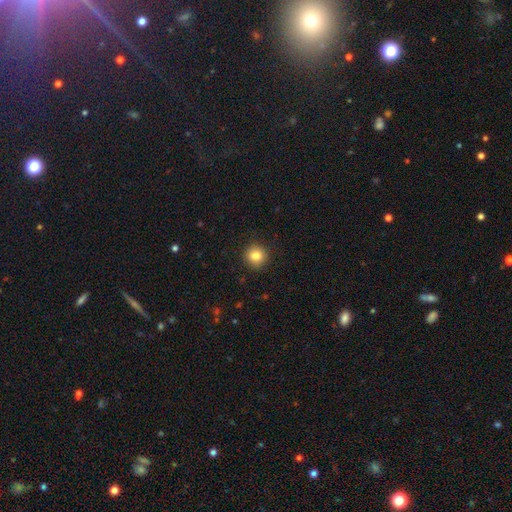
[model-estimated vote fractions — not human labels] A smooth galaxy with no disk features (84%) that is round (94%). Merging: none (92%).